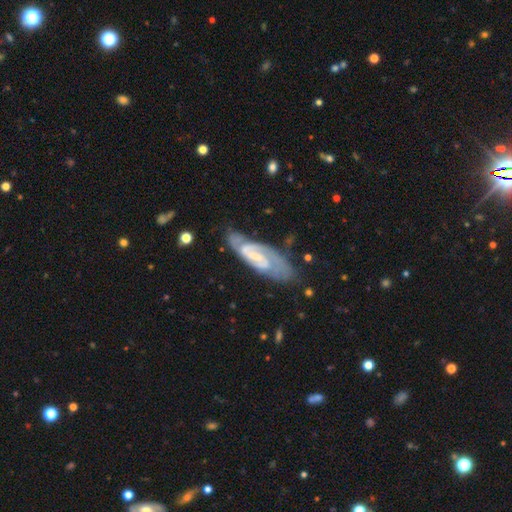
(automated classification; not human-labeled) Q: Smooth or featured?
A: featured or disk (82%); runner-up: smooth (11%)
Q: Edge-on disk?
A: no (88%); runner-up: yes (12%)
Q: Bar?
A: weak (45%); runner-up: no (29%)
Q: Spiral arms?
A: yes (95%); runner-up: no (5%)
Q: Spiral winding?
A: tight (49%); runner-up: medium (41%)
Q: Spiral arm count?
A: 2 (70%); runner-up: can't tell (16%)
Q: Bulge size?
A: small (51%); runner-up: none (24%)
Q: Merging?
A: none (67%); runner-up: minor disturbance (21%)